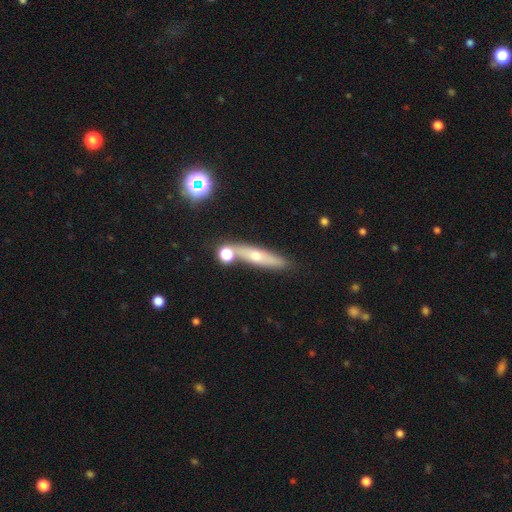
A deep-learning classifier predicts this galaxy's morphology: The model was most divided on "smooth or featured": smooth: 46%, featured or disk: 43%, star or artifact: 11%. More confident: merging — none (71%).